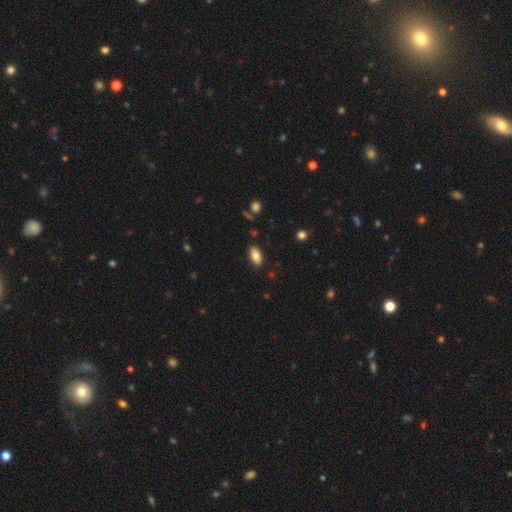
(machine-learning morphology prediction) smooth-or-featured: smooth: 82% | featured or disk: 11% | star or artifact: 8%
  how-rounded: in between: 91% | cigar-shaped: 6% | round: 3%
  merging: none: 87% | minor disturbance: 9% | major disturbance: 2% | merger: 2%